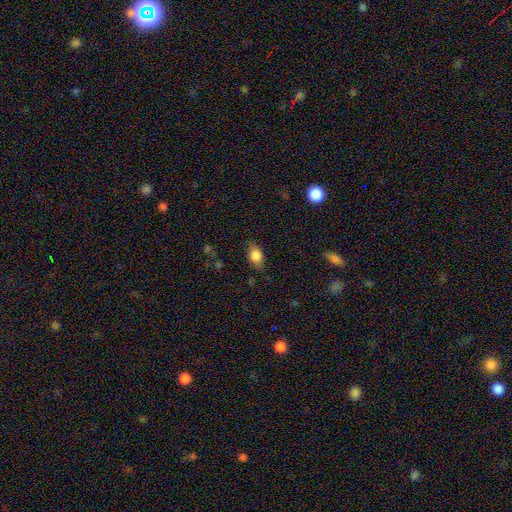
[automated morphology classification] Smooth or featured: smooth — 81% (featured or disk — 10%)
How rounded: in between — 74% (round — 22%)
Merging: none — 74% (minor disturbance — 20%)